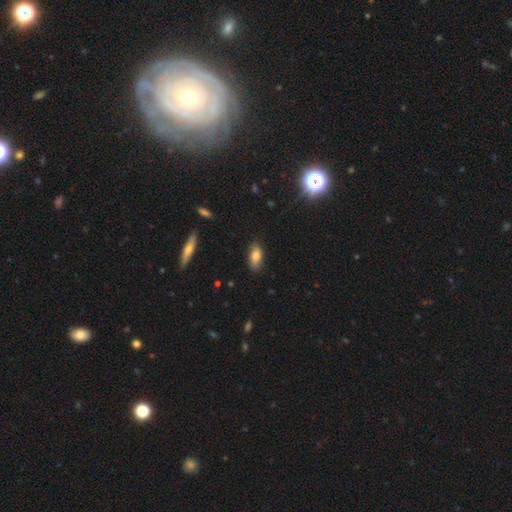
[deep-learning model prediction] smooth_or_featured: smooth (p=0.80) [alt: featured or disk p=0.12]
how_rounded: in between (p=0.86) [alt: cigar-shaped p=0.10]
merging: none (p=0.83) [alt: minor disturbance p=0.13]